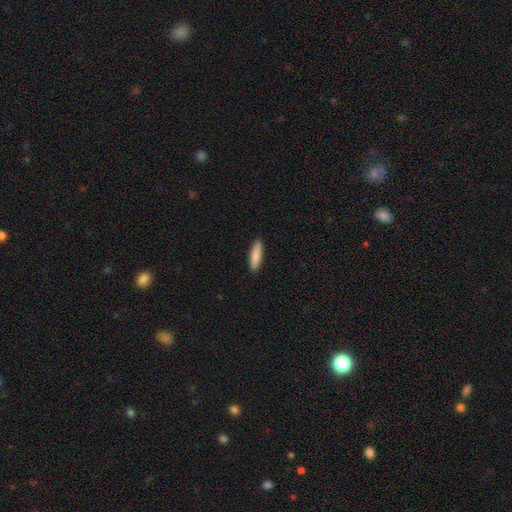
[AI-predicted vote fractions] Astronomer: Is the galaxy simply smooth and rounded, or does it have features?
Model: smooth — 86%.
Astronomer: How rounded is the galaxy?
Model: cigar-shaped — 71%.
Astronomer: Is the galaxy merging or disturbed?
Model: none — 90%.